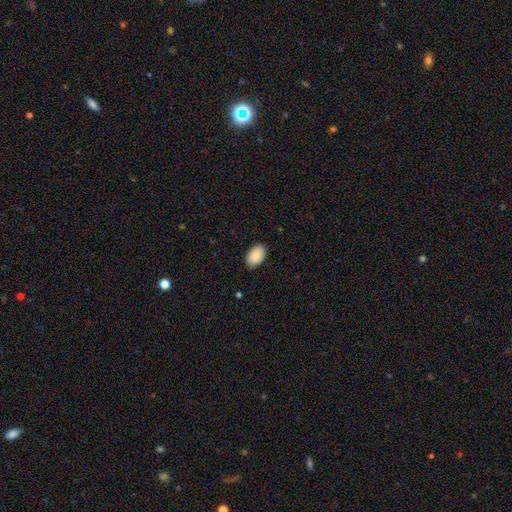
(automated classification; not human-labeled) Overall: smooth (88%). How rounded: in between (90%). Merging: none (84%).